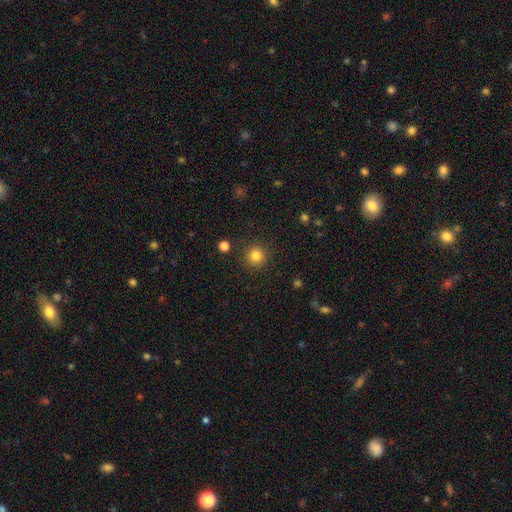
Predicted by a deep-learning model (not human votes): This appears to be a smooth galaxy with no disk features (83%) that is round (95%). Merging: none (91%).